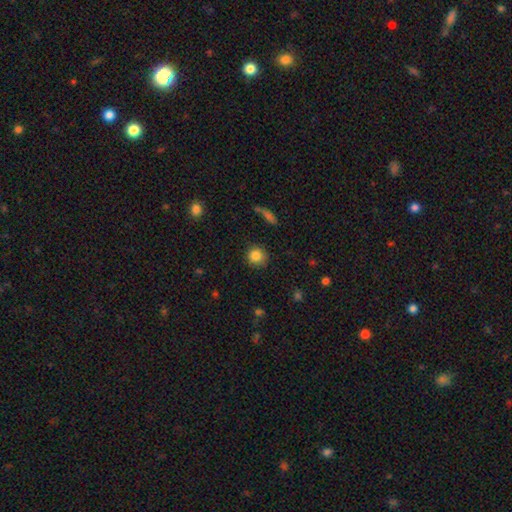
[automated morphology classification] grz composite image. It shows a smooth galaxy with no disk features (84%) that is round (91%). Merging: none (86%).